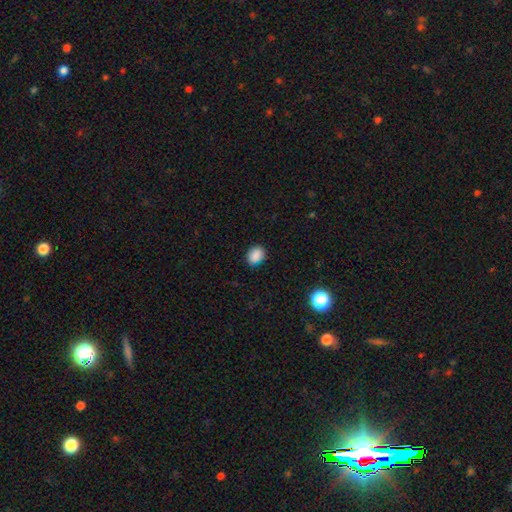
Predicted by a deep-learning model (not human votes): Smooth or featured?
  - smooth: 87% *
  - star or artifact: 9%
  - featured or disk: 4%
How rounded?
  - in between: 62% *
  - round: 37%
  - cigar-shaped: 1%
Merging?
  - none: 82% *
  - minor disturbance: 14%
  - major disturbance: 3%
  - merger: 2%